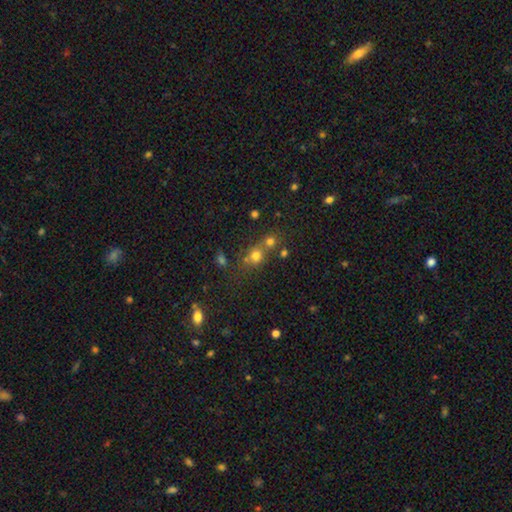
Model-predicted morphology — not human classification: Smooth or featured: smooth — 69% (star or artifact — 20%)
How rounded: round — 79% (in between — 20%)
Merging: none — 49% (merger — 36%)